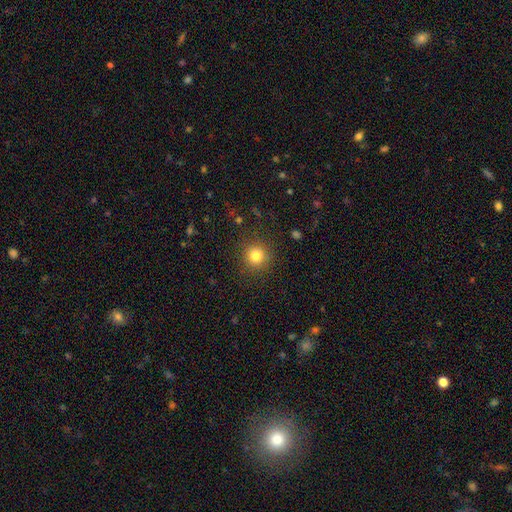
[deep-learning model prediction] Q: Smooth or featured?
A: smooth (81%); runner-up: star or artifact (13%)
Q: How rounded?
A: round (93%); runner-up: in between (6%)
Q: Merging?
A: none (89%); runner-up: minor disturbance (7%)